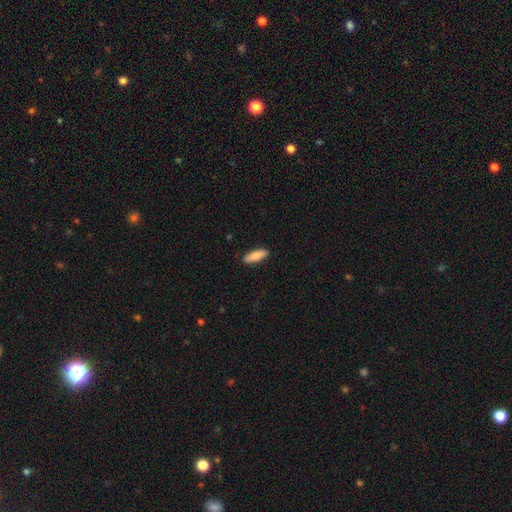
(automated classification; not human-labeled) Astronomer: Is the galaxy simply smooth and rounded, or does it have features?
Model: smooth — 83%.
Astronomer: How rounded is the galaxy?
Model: in between — 57% (runner-up: cigar-shaped, 41%).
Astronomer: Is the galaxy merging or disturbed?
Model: none — 89%.